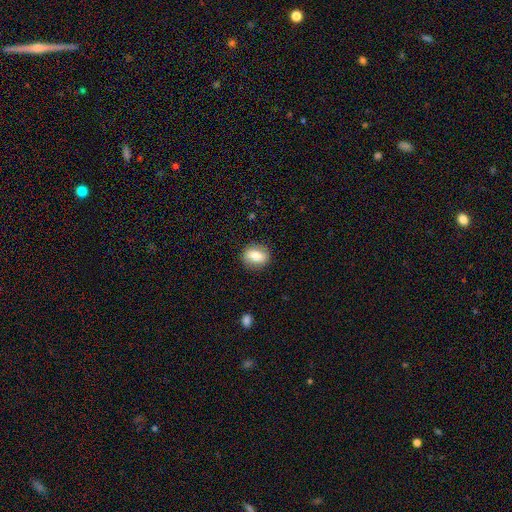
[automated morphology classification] Smooth or featured: smooth — 76% (featured or disk — 17%)
How rounded: in between — 55% (round — 43%)
Merging: none — 85% (minor disturbance — 10%)